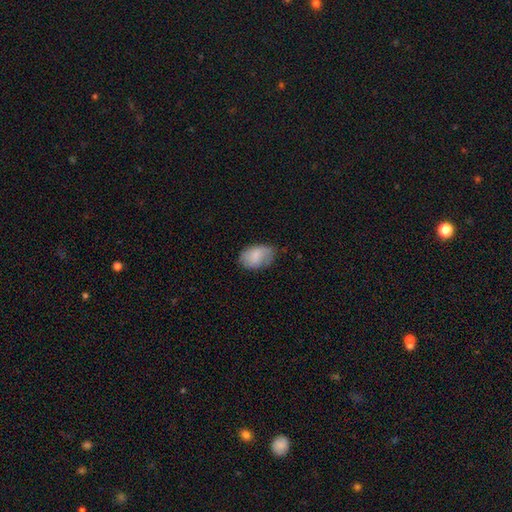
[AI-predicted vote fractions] smooth 75%, featured or disk 18%, star or artifact 7%. Down the decision tree: how rounded — in between (87%); merging — none (55%).